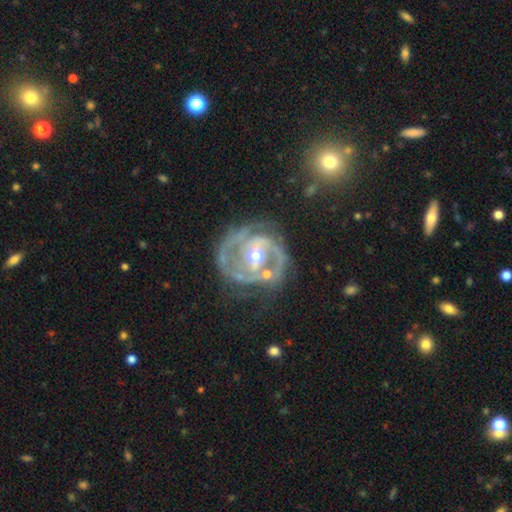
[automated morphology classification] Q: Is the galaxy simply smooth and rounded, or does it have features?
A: featured or disk — 90%.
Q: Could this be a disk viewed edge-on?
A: no — 98%.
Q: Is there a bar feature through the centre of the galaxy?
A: weak — 41%.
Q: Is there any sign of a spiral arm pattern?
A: yes — 94%.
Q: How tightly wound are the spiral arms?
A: medium — 46%.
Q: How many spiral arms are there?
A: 2 — 70%.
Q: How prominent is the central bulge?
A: moderate — 75%.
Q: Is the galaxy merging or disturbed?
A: none — 57%.